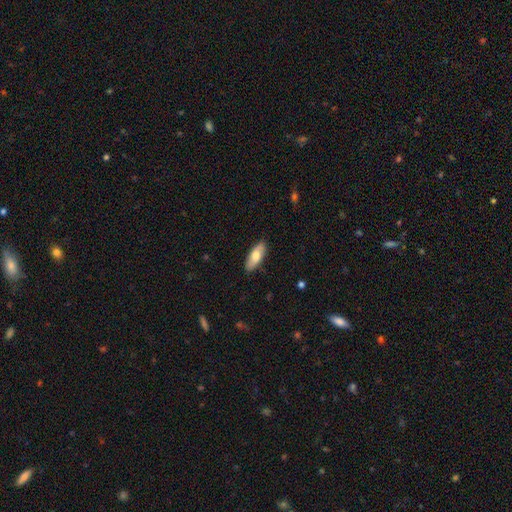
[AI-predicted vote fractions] This appears to be a smooth galaxy with no disk features (70%) that is in between round and cigar-shaped (76%). Merging: none (87%).